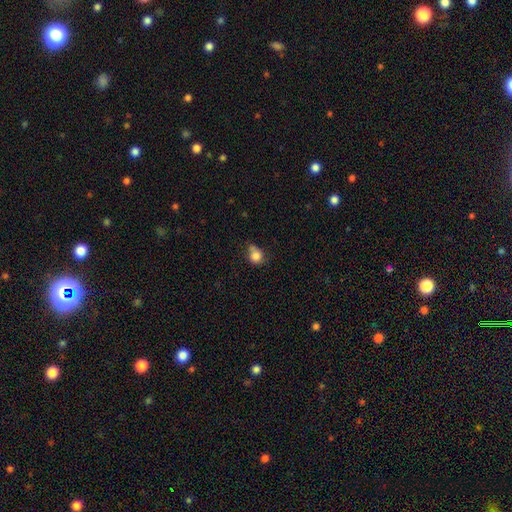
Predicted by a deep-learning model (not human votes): smooth_or_featured: smooth (p=0.82) [alt: star or artifact p=0.10]
how_rounded: round (p=0.70) [alt: in between p=0.29]
merging: none (p=0.42) [alt: minor disturbance p=0.34]